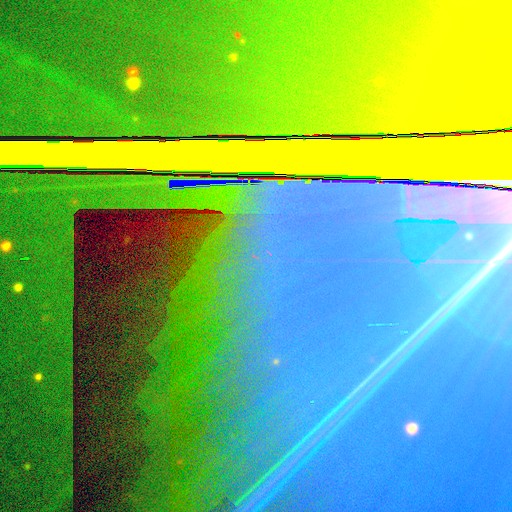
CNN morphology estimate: smooth_or_featured: star or artifact (p=0.85) [alt: featured or disk p=0.09]